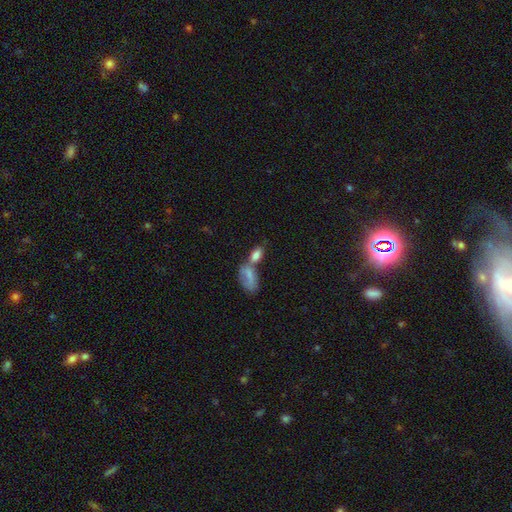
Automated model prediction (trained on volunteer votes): Morphology: type=smooth (77%); roundness=in between (86%); merging=merger (53%).